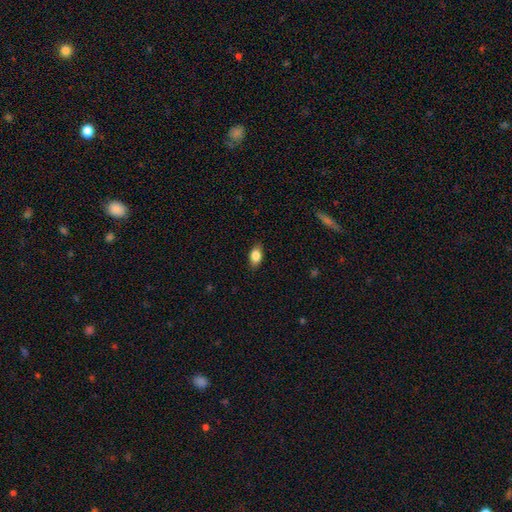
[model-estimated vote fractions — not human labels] A smooth galaxy with no disk features (83%) that is in between round and cigar-shaped (86%). Merging: none (86%).